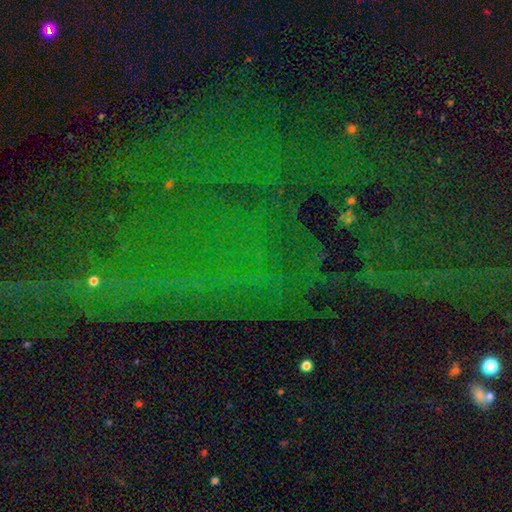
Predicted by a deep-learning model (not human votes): A star or artifact, not a galaxy (81%).

Vote fractions:
- Smooth or featured? star or artifact: 81% / featured or disk: 10% / smooth: 9%